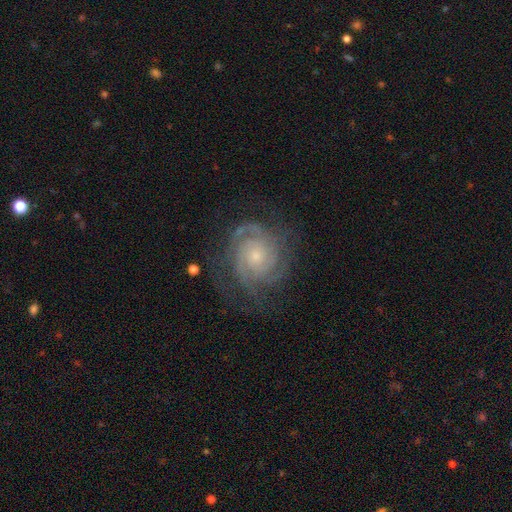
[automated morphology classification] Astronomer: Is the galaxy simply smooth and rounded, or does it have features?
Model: featured or disk — 88%.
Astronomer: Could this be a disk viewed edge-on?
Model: no — 98%.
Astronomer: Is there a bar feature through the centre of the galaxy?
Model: no — 77%.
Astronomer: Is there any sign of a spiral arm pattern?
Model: yes — 97%.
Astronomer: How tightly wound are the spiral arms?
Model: tight — 74%.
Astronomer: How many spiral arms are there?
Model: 2 — 30% (runner-up: 3, 24%).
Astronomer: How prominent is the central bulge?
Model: small — 62%.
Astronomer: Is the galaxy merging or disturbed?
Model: none — 73%.